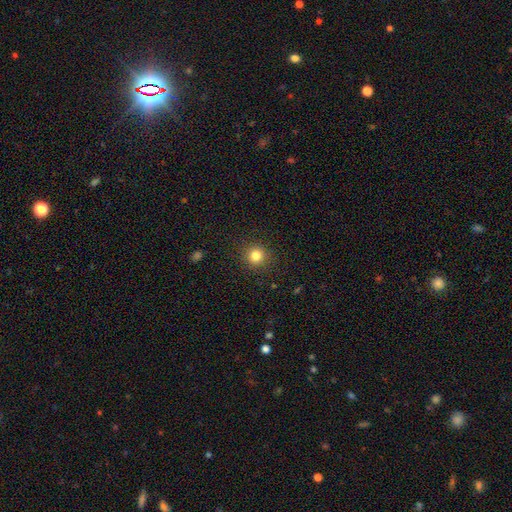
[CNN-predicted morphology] type=smooth (82%); roundness=round (93%); merging=none (91%).